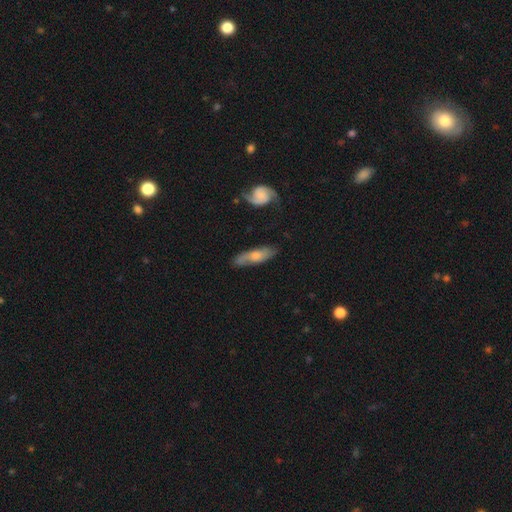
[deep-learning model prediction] This is possibly a featured or disk galaxy (49%). Merging: likely none (76%).